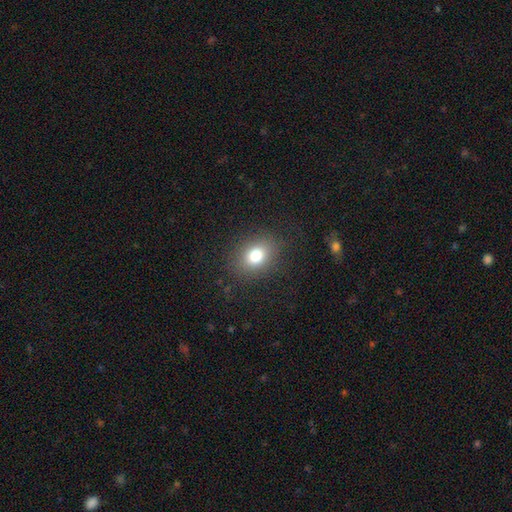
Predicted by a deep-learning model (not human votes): Smooth or featured? smooth (79%)
How rounded? in between (59%)
Merging? none (84%)